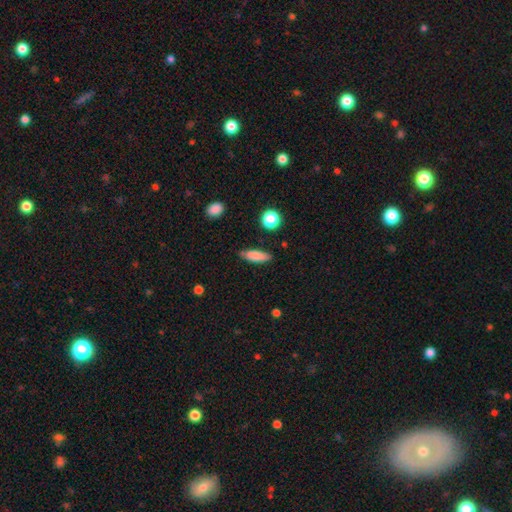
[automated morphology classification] smooth_or_featured: smooth (p=0.81) [alt: featured or disk p=0.12]
how_rounded: in between (p=0.50) [alt: cigar-shaped p=0.47]
merging: none (p=0.80) [alt: minor disturbance p=0.15]